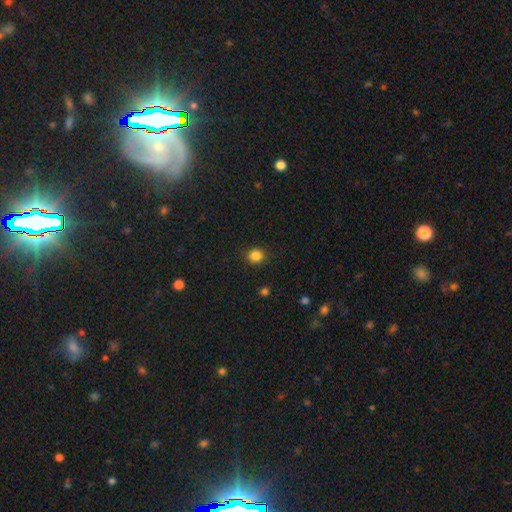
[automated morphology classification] Smooth or featured? smooth (85%)
How rounded? round (82%)
Merging? none (89%)